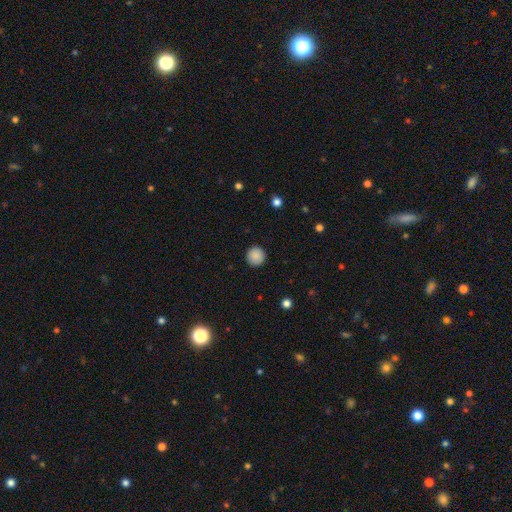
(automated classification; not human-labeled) Morphology: type=smooth (88%); roundness=round (95%); merging=none (91%).